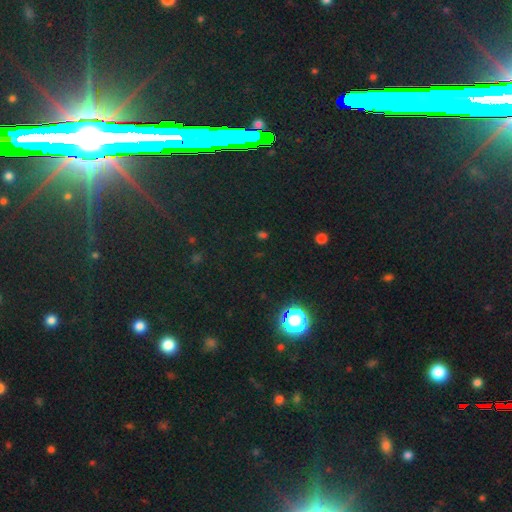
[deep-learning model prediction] Smooth or featured?
  - star or artifact: 82% *
  - featured or disk: 9%
  - smooth: 8%